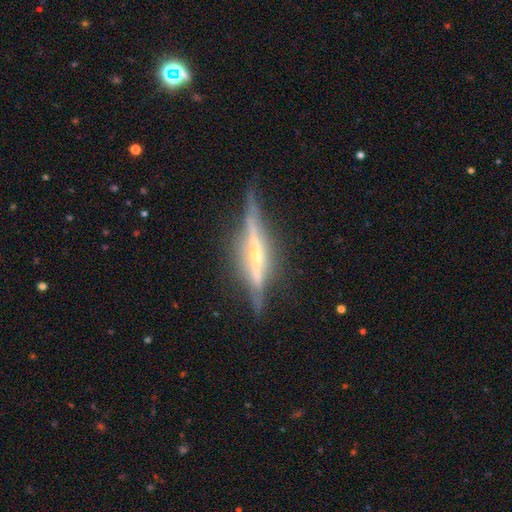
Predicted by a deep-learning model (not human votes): Overall: featured or disk (85%). Edge-on disk: yes (96%). Edge-on bulge: rounded (65%). Merging: none (78%).